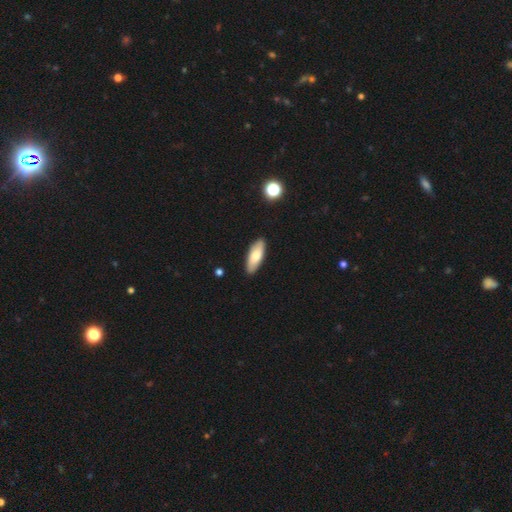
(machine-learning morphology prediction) smooth-or-featured: smooth: 74% | featured or disk: 20% | star or artifact: 6%
  how-rounded: in between: 69% | cigar-shaped: 29% | round: 2%
  merging: none: 90% | minor disturbance: 8% | major disturbance: 2% | merger: 1%